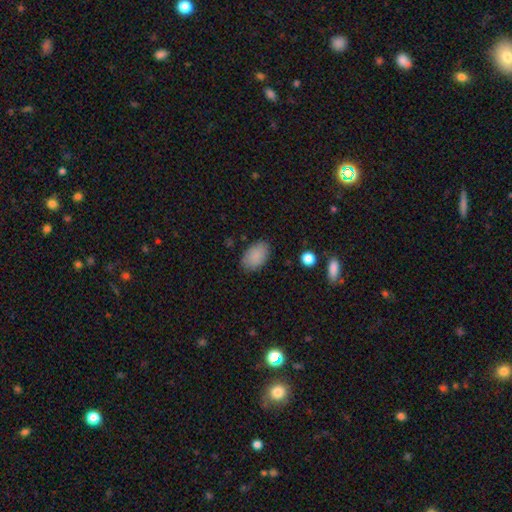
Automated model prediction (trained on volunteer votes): Smooth or featured: smooth — 88% (star or artifact — 7%)
How rounded: in between — 92% (round — 7%)
Merging: none — 84% (minor disturbance — 12%)